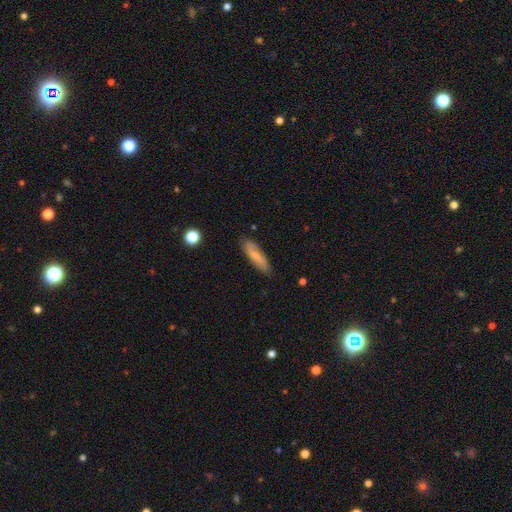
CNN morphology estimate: Smooth or featured? smooth (73%)
How rounded? cigar-shaped (65%)
Merging? none (79%)